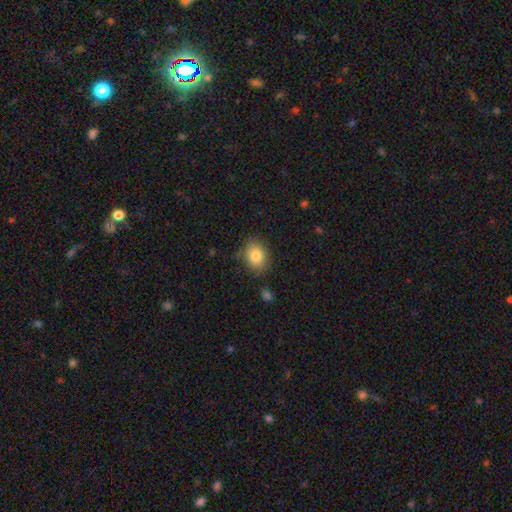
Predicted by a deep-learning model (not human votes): Overall: smooth (82%). How rounded: in between (56%; round 43%). Merging: none (79%).